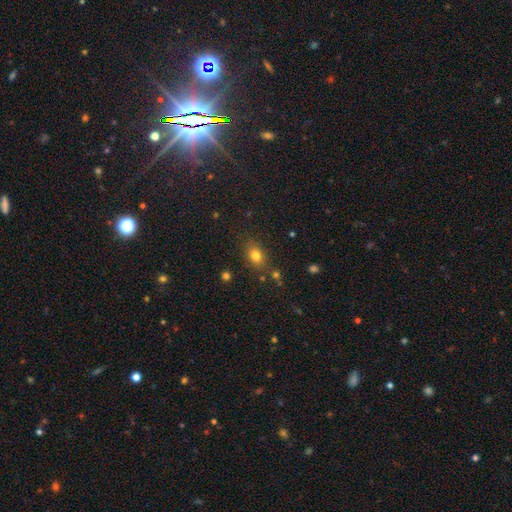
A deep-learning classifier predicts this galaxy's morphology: A smooth galaxy with no disk features (78%) that is in between round and cigar-shaped (70%). Merging: none (78%).